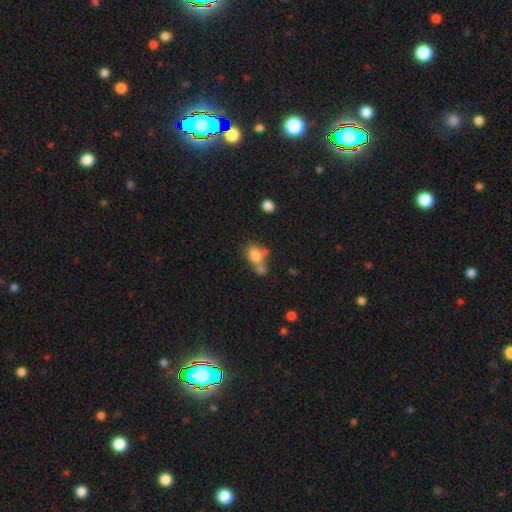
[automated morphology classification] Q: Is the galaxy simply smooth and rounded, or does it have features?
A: smooth — 77%.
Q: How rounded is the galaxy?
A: in between — 70%.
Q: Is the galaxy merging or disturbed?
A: merger — 48%.